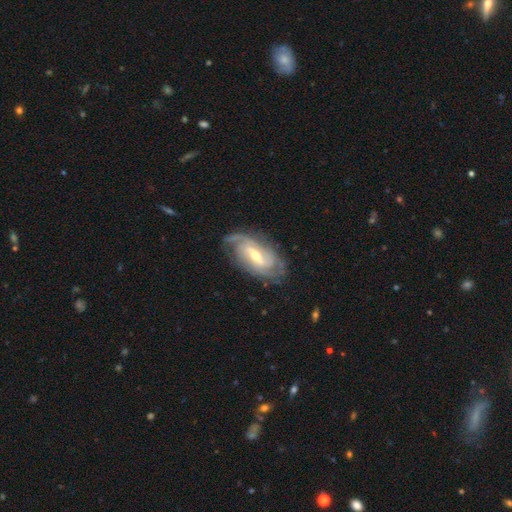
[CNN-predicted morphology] smooth-or-featured: featured or disk: 88% | smooth: 7% | star or artifact: 5%
  disk-edge-on: no: 95% | yes: 5%
    bar: weak: 48% | strong: 34% | no: 18%
    has-spiral-arms: yes: 97% | no: 3%
      spiral-winding: tight: 55% | medium: 35% | loose: 10%
      spiral-arm-count: 2: 32% | 3: 25% | can't tell: 21% | 4: 11% | 1: 5% | more than 4: 5%
    bulge-size: moderate: 53% | small: 43% | large: 2% | none: 1% | dominant: 1%
  merging: none: 75% | minor disturbance: 18% | major disturbance: 6% | merger: 1%